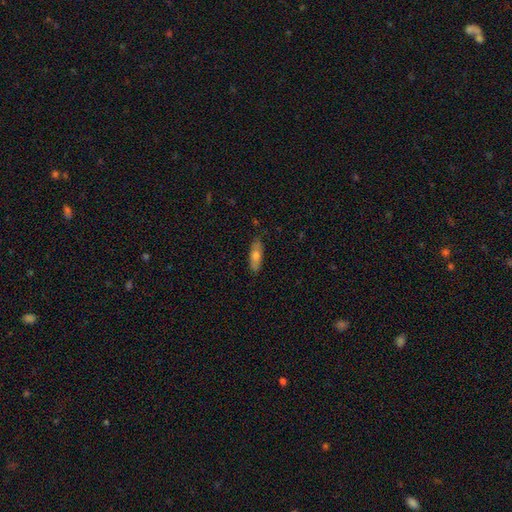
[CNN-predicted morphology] A smooth galaxy with no disk features (67%) that is in between round and cigar-shaped (59%).

Vote fractions:
- Smooth or featured? smooth: 67% / featured or disk: 27% / star or artifact: 7%
- How rounded? in between: 59% / cigar-shaped: 38% / round: 3%
- Merging? none: 84% / minor disturbance: 13% / major disturbance: 2% / merger: 1%